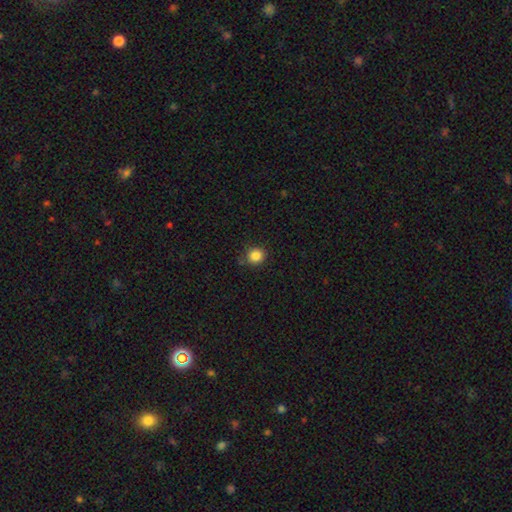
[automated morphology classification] Smooth or featured? smooth (85%)
How rounded? round (88%)
Merging? none (82%)